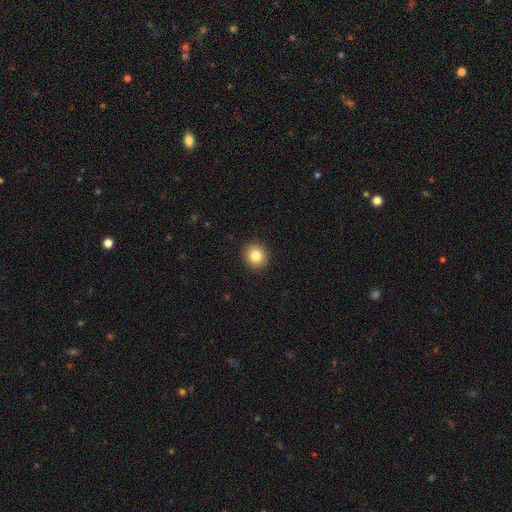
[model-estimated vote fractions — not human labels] A smooth galaxy with no disk features (83%) that is round (85%). Merging: none (92%).